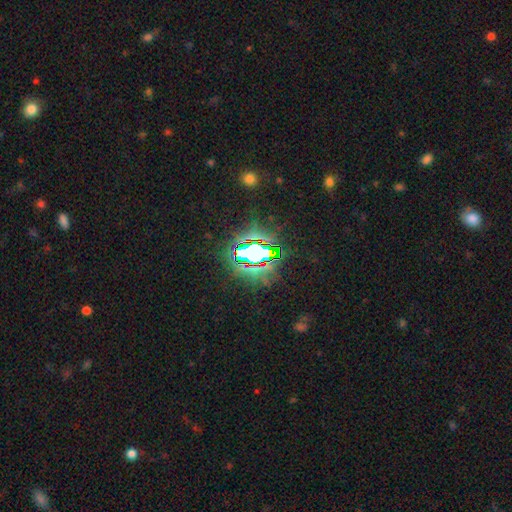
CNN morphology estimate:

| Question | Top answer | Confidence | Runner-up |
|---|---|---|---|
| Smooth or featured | star or artifact | 75% | smooth (14%) |